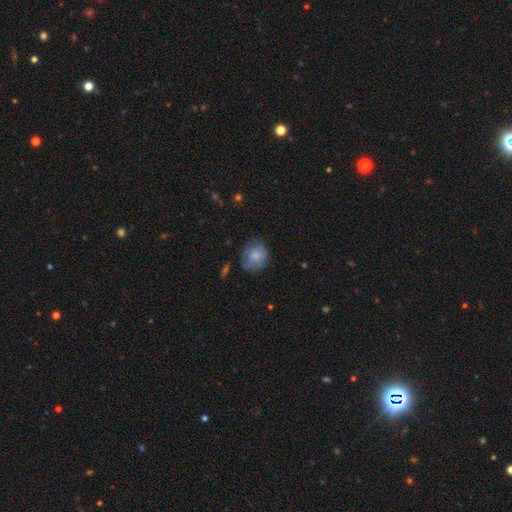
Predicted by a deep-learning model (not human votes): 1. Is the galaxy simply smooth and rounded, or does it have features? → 74% smooth, 18% featured or disk, 8% star or artifact.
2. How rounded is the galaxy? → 65% round, 34% in between, 1% cigar-shaped.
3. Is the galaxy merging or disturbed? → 58% none, 27% minor disturbance, 12% major disturbance, 2% merger.